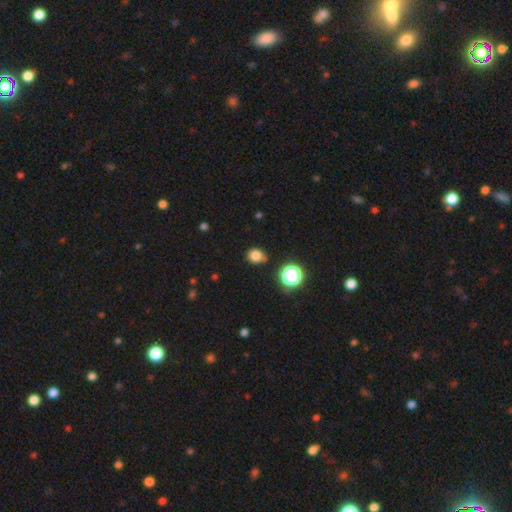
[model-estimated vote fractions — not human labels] Q: Smooth or featured?
A: smooth (80%); runner-up: star or artifact (15%)
Q: How rounded?
A: round (81%); runner-up: in between (18%)
Q: Merging?
A: none (79%); runner-up: minor disturbance (14%)